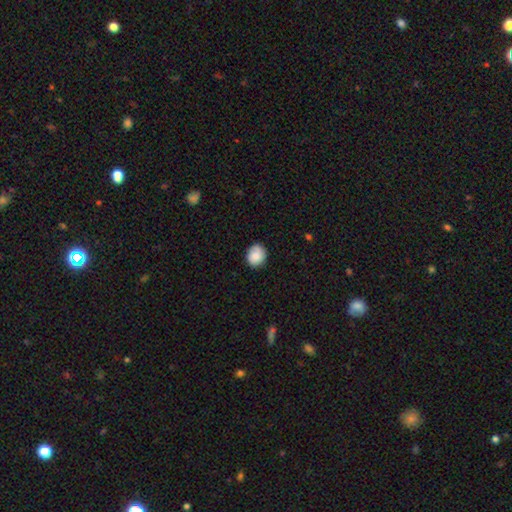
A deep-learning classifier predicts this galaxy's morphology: smooth_or_featured: smooth (p=0.84) [alt: featured or disk p=0.09]
how_rounded: round (p=0.75) [alt: in between p=0.24]
merging: none (p=0.85) [alt: minor disturbance p=0.12]